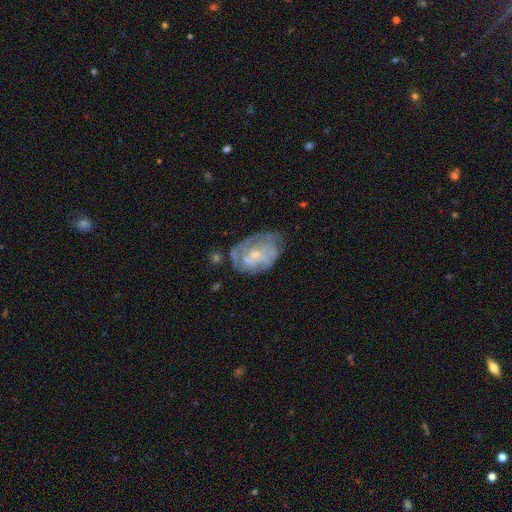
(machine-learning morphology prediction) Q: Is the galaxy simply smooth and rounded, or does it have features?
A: featured or disk — 70%.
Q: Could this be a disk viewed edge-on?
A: no — 97%.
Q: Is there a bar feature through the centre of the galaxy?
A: no — 72%.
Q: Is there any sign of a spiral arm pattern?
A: yes — 67%.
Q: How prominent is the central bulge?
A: small — 52%.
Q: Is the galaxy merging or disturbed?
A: none — 54%.